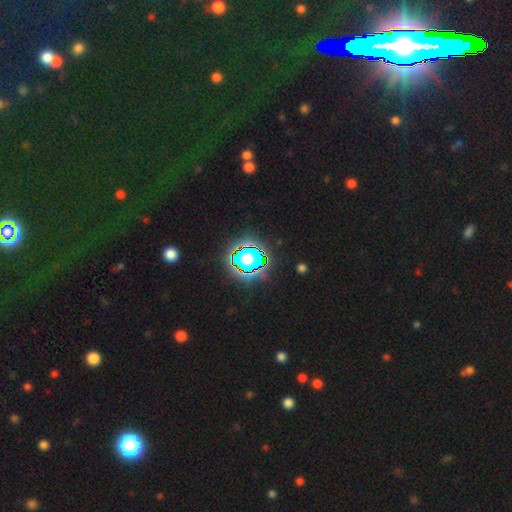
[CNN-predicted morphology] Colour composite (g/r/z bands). It shows a star or artifact, not a galaxy (78%).